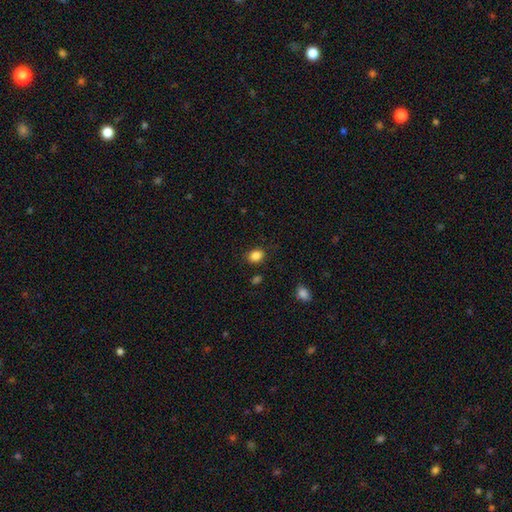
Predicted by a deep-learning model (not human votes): Smooth or featured: smooth — 86% (star or artifact — 10%)
How rounded: in between — 57% (round — 42%)
Merging: none — 83% (minor disturbance — 11%)